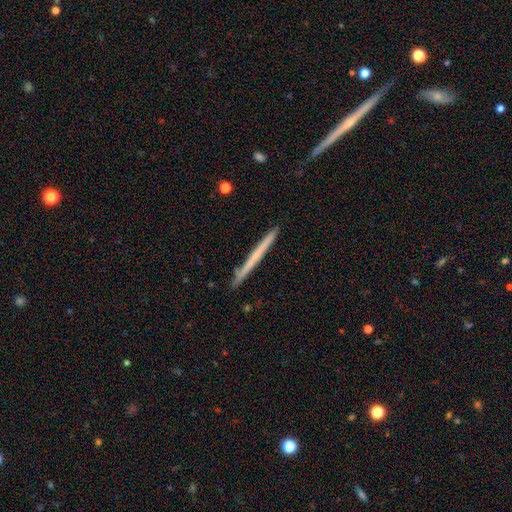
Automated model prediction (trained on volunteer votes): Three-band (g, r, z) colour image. It shows a featured or disk galaxy (48%). Merging: none (90%).